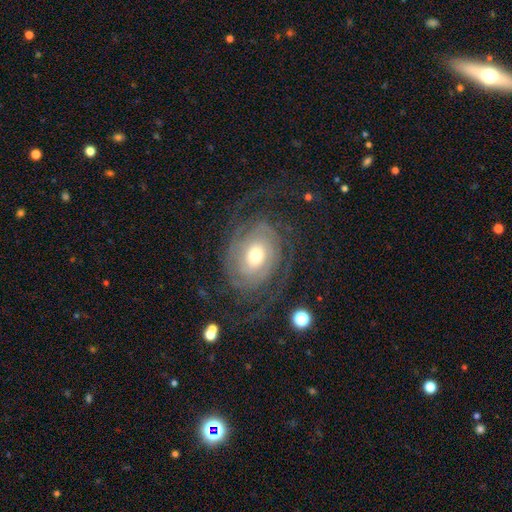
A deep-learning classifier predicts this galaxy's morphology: Q: Smooth or featured?
A: featured or disk (87%); runner-up: smooth (8%)
Q: Edge-on disk?
A: no (97%); runner-up: yes (3%)
Q: Bar?
A: no (70%); runner-up: weak (22%)
Q: Spiral arms?
A: yes (95%); runner-up: no (5%)
Q: Spiral winding?
A: tight (64%); runner-up: medium (25%)
Q: Spiral arm count?
A: 2 (44%); runner-up: can't tell (23%)
Q: Bulge size?
A: moderate (62%); runner-up: small (26%)
Q: Merging?
A: none (69%); runner-up: major disturbance (16%)